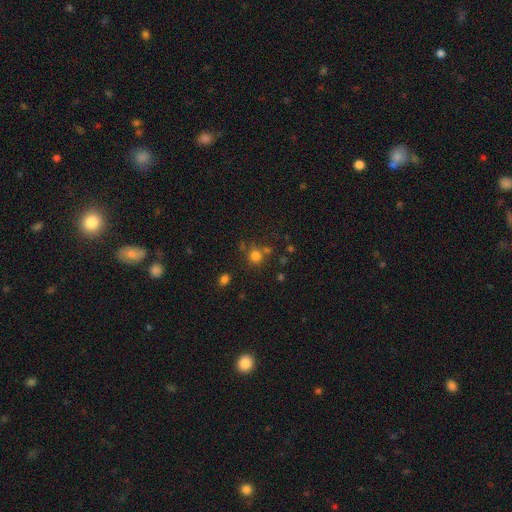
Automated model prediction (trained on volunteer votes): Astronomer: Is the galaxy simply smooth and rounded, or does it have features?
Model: smooth — 76%.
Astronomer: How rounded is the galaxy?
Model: round — 89%.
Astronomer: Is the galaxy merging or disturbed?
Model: none — 70%.